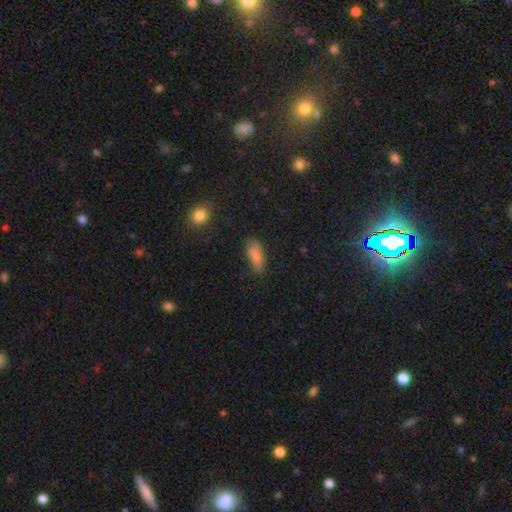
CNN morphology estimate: A smooth galaxy with no disk features (81%) that is in between round and cigar-shaped (80%).

Vote fractions:
- Smooth or featured? smooth: 81% / star or artifact: 11% / featured or disk: 8%
- How rounded? in between: 80% / cigar-shaped: 17% / round: 3%
- Merging? none: 60% / minor disturbance: 28% / major disturbance: 9% / merger: 3%